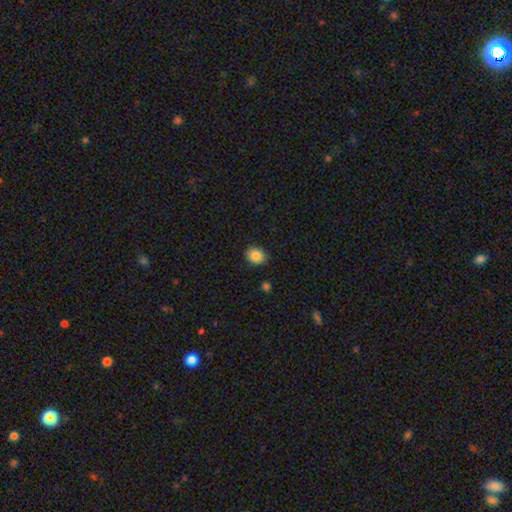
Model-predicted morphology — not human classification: Smooth or featured?
  - smooth: 86% *
  - star or artifact: 9%
  - featured or disk: 5%
How rounded?
  - round: 53% *
  - in between: 46%
  - cigar-shaped: 1%
Merging?
  - none: 87% *
  - minor disturbance: 9%
  - major disturbance: 2%
  - merger: 1%